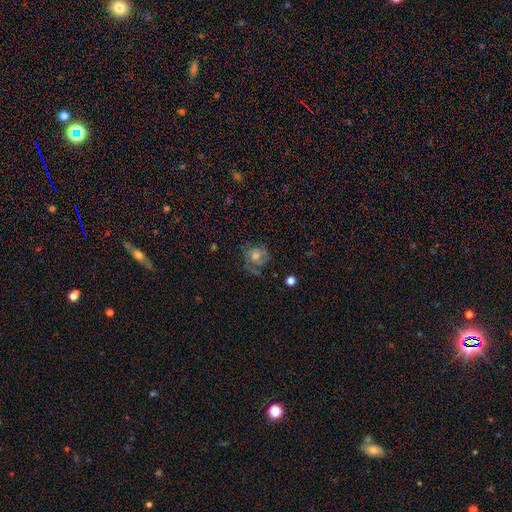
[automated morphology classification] A featured or disk galaxy (43%).

Vote fractions:
- Smooth or featured? featured or disk: 43% / smooth: 41% / star or artifact: 15%
- Merging? none: 59% / minor disturbance: 21% / major disturbance: 18% / merger: 3%